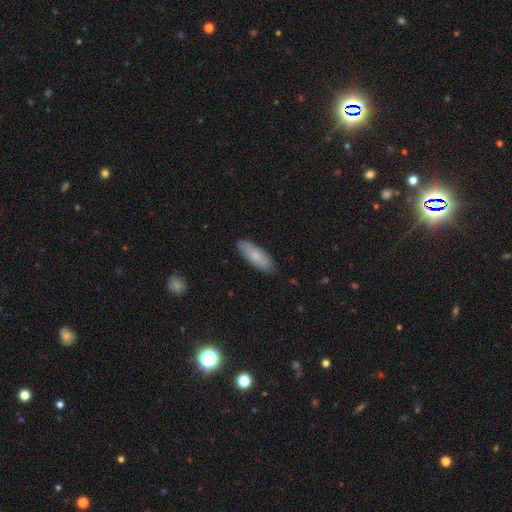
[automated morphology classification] smooth-or-featured: smooth: 76% | featured or disk: 18% | star or artifact: 6%
  how-rounded: in between: 69% | cigar-shaped: 29% | round: 2%
  merging: none: 84% | minor disturbance: 13% | major disturbance: 2% | merger: 1%